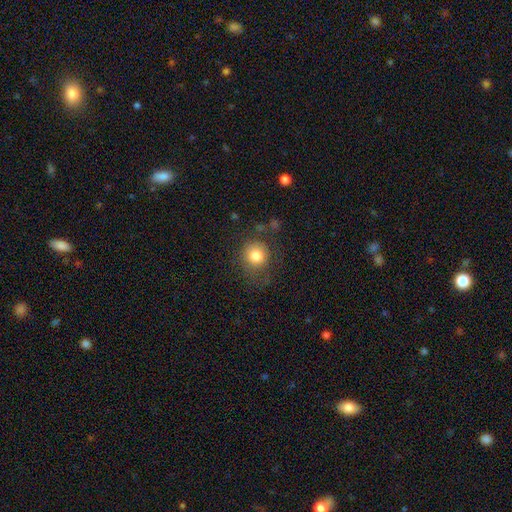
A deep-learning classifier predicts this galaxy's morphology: A smooth galaxy with no disk features (82%) that is round (86%).

Vote fractions:
- Smooth or featured? smooth: 82% / star or artifact: 10% / featured or disk: 8%
- How rounded? round: 86% / in between: 13% / cigar-shaped: 1%
- Merging? none: 70% / minor disturbance: 18% / major disturbance: 9% / merger: 3%